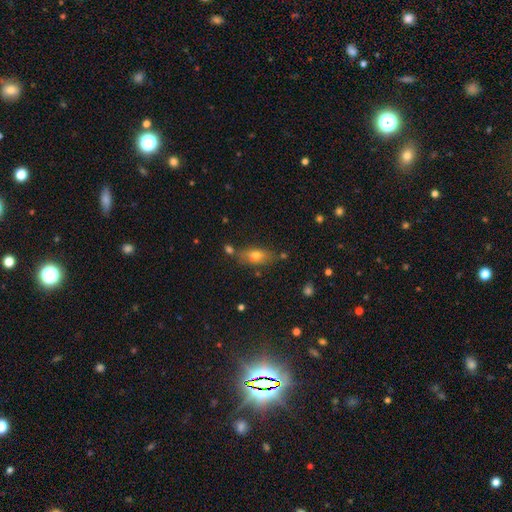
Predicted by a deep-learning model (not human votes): Smooth or featured?
  - smooth: 66% *
  - featured or disk: 24%
  - star or artifact: 11%
How rounded?
  - in between: 75% *
  - cigar-shaped: 18%
  - round: 7%
Merging?
  - none: 71% *
  - minor disturbance: 16%
  - merger: 9%
  - major disturbance: 4%